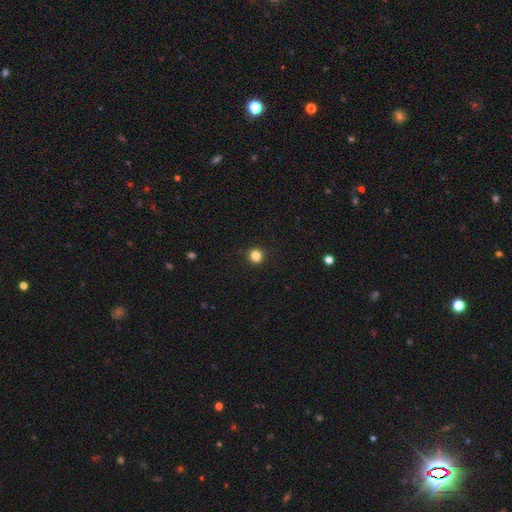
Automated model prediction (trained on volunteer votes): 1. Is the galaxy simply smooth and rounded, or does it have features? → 84% smooth, 12% star or artifact, 4% featured or disk.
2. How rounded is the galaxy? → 91% round, 8% in between, 1% cigar-shaped.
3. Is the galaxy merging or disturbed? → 93% none, 5% minor disturbance, 2% major disturbance, 1% merger.